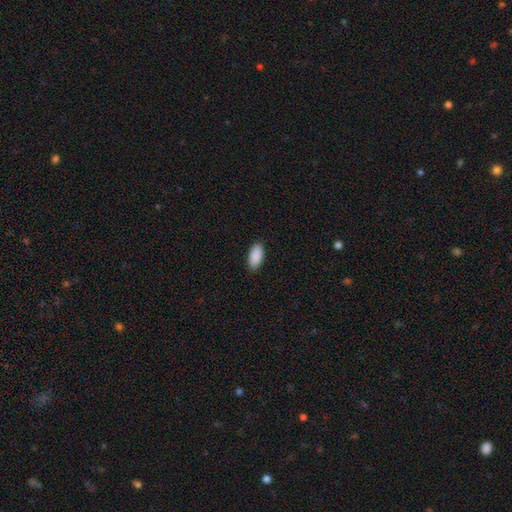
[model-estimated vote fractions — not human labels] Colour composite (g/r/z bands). It shows a smooth galaxy with no disk features (91%) that is in between round and cigar-shaped (92%). Merging: none (89%).